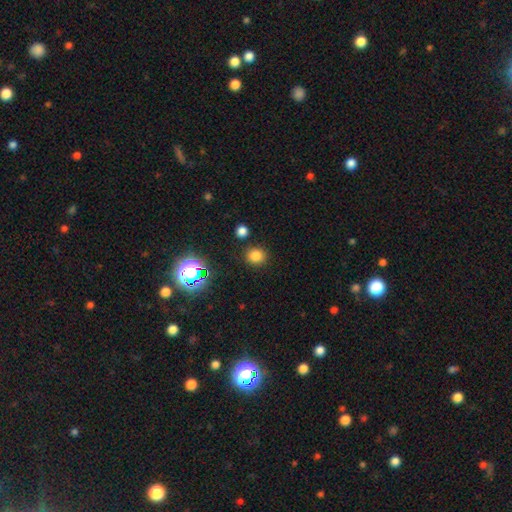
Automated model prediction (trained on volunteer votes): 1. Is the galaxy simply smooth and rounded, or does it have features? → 77% smooth, 18% star or artifact, 5% featured or disk.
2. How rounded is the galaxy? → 82% round, 17% in between, 1% cigar-shaped.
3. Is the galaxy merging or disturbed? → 86% none, 7% minor disturbance, 4% merger, 3% major disturbance.